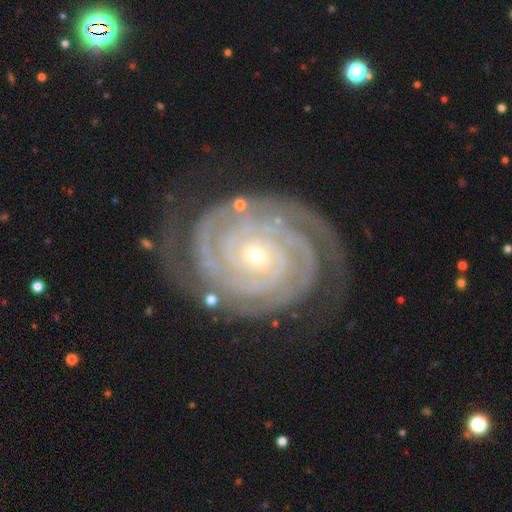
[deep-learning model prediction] This appears to be a featured or disk galaxy (93%) with no bar (72%), 2 (52%) tight (89%) spiral arms (99%) and a small central bulge (76%). Merging: none (80%).